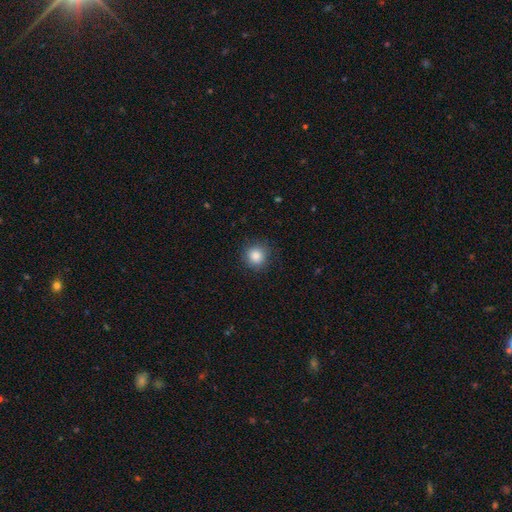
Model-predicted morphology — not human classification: This appears to be a smooth galaxy with no disk features (86%) that is round (91%). Merging: none (87%).